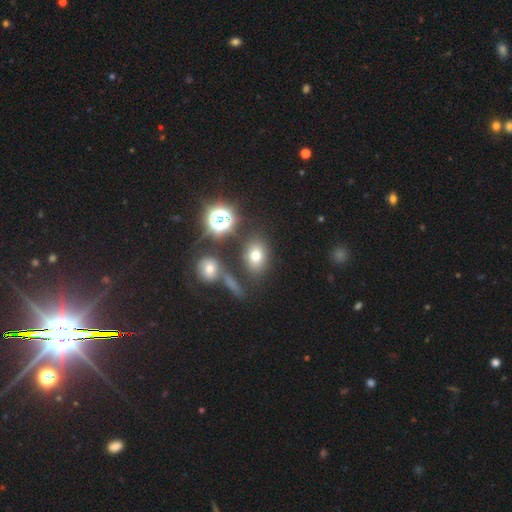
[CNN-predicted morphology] Q: Smooth or featured?
A: smooth (67%); runner-up: star or artifact (20%)
Q: How rounded?
A: in between (63%); runner-up: round (35%)
Q: Merging?
A: none (76%); runner-up: minor disturbance (10%)